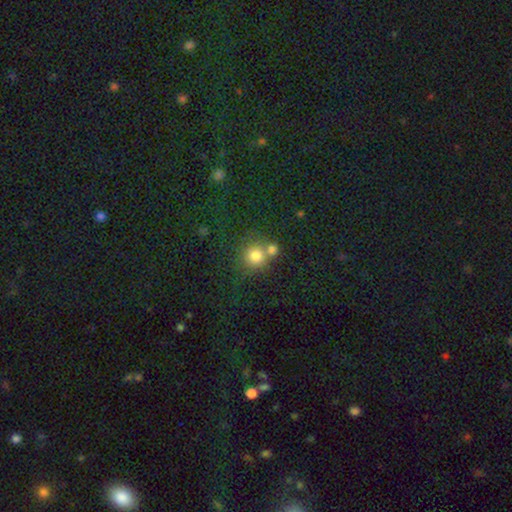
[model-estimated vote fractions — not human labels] smooth-or-featured: smooth: 78% | star or artifact: 13% | featured or disk: 9%
  how-rounded: round: 90% | in between: 9% | cigar-shaped: 1%
  merging: none: 50% | merger: 39% | minor disturbance: 8% | major disturbance: 3%